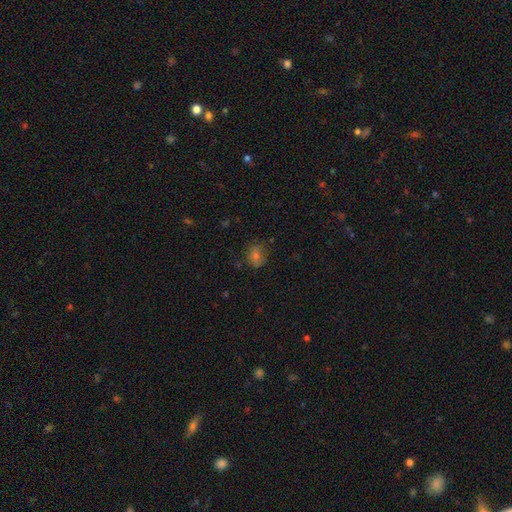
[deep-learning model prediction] This appears to be a smooth galaxy with no disk features (57%) that is round (62%). Merging: none (69%).